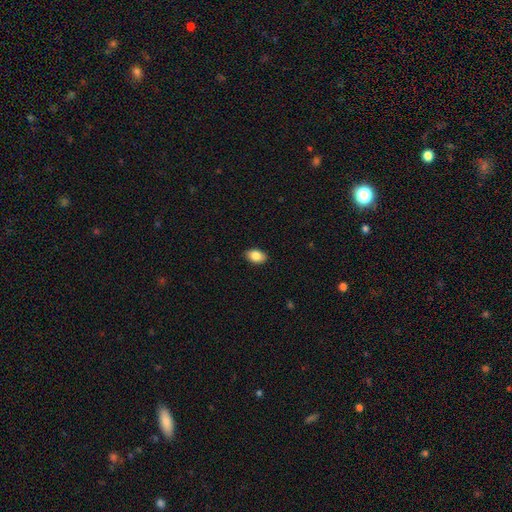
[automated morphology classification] Overall: smooth (86%). How rounded: in between (89%). Merging: none (89%).